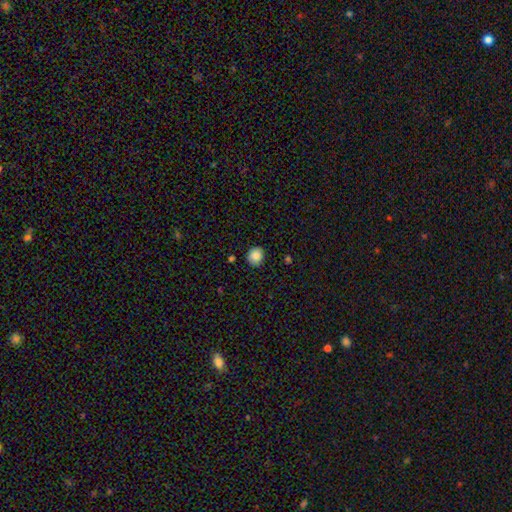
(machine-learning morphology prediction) Smooth or featured?
  - smooth: 87% *
  - star or artifact: 9%
  - featured or disk: 5%
How rounded?
  - round: 79% *
  - in between: 20%
  - cigar-shaped: 1%
Merging?
  - none: 88% *
  - minor disturbance: 9%
  - major disturbance: 2%
  - merger: 1%